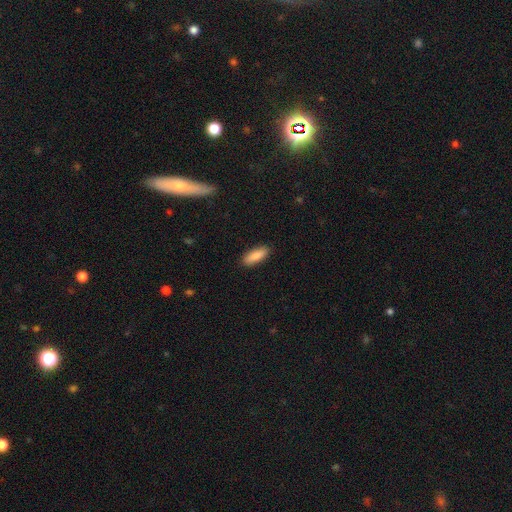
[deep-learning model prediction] A smooth galaxy with no disk features (87%) that is in between round and cigar-shaped (67%).

Vote fractions:
- Smooth or featured? smooth: 87% / featured or disk: 8% / star or artifact: 6%
- How rounded? in between: 67% / cigar-shaped: 31% / round: 2%
- Merging? none: 89% / minor disturbance: 8% / major disturbance: 2% / merger: 1%